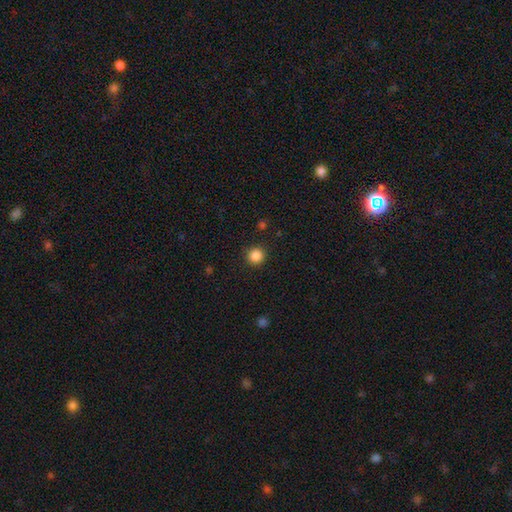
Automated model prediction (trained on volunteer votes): The model was most divided on "smooth or featured": smooth: 86%, star or artifact: 11%, featured or disk: 3%. More confident: how rounded — round (95%); merging — none (91%).